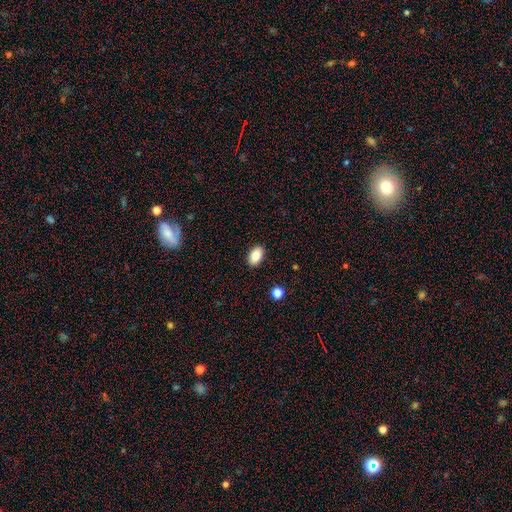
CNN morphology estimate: Smooth or featured? Predicted: smooth (p=0.84). How rounded? Predicted: in between (p=0.90). Merging? Predicted: none (p=0.89).